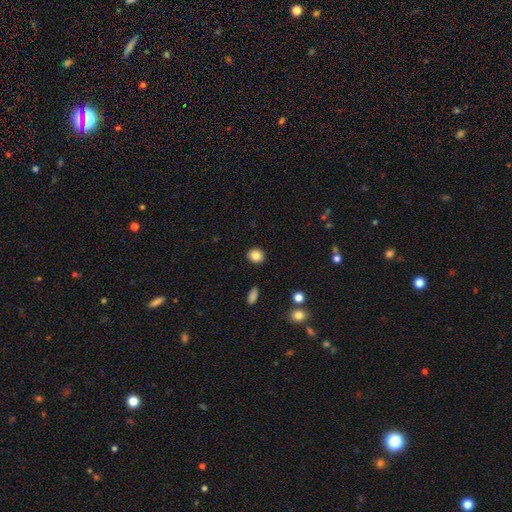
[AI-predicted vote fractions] A smooth galaxy with no disk features (85%) that is round (77%).

Vote fractions:
- Smooth or featured? smooth: 85% / star or artifact: 10% / featured or disk: 6%
- How rounded? round: 77% / in between: 22% / cigar-shaped: 1%
- Merging? none: 90% / minor disturbance: 6% / major disturbance: 2% / merger: 2%